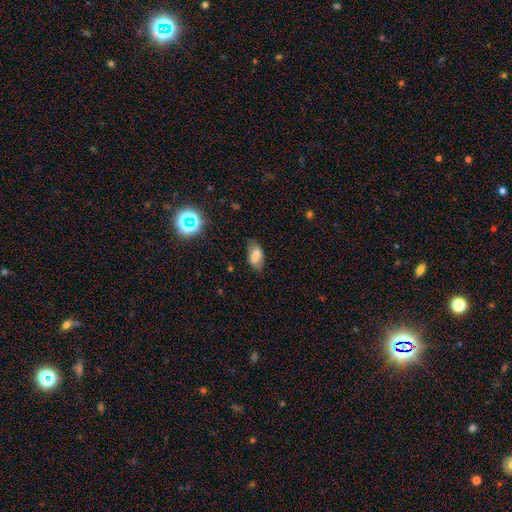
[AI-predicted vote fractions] Morphology: type=smooth (73%); roundness=in between (92%); merging=none (75%).